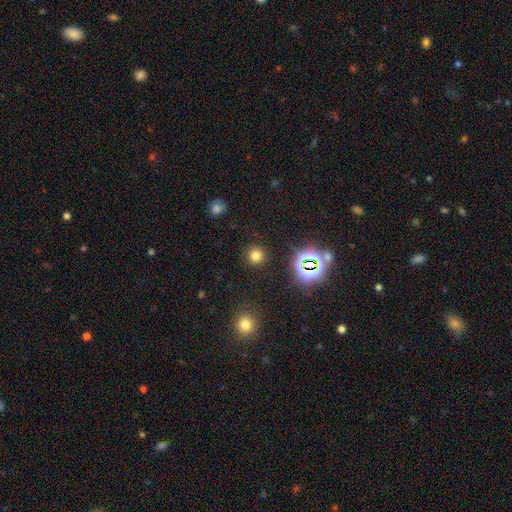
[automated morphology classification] Smooth or featured?
  - smooth: 72% *
  - star or artifact: 22%
  - featured or disk: 6%
How rounded?
  - round: 93% *
  - in between: 6%
  - cigar-shaped: 1%
Merging?
  - none: 90% *
  - minor disturbance: 6%
  - major disturbance: 3%
  - merger: 2%